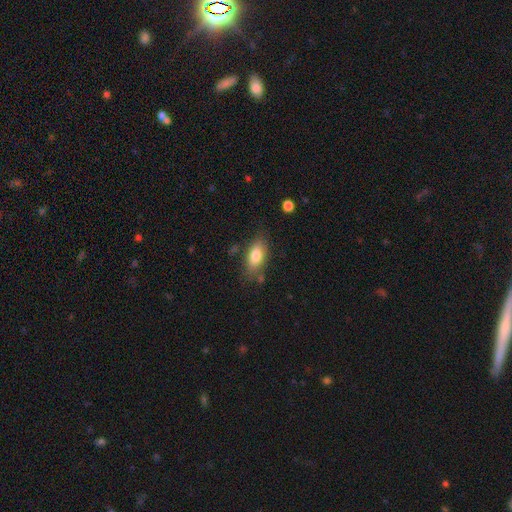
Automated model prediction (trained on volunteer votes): A smooth galaxy with no disk features (81%) that is in between round and cigar-shaped (86%).

Vote fractions:
- Smooth or featured? smooth: 81% / featured or disk: 12% / star or artifact: 7%
- How rounded? in between: 86% / cigar-shaped: 10% / round: 4%
- Merging? none: 76% / minor disturbance: 16% / major disturbance: 4% / merger: 4%